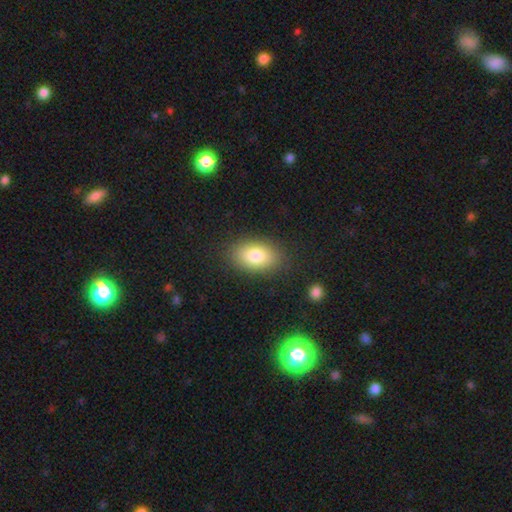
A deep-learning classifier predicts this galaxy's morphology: Overall: smooth (81%). How rounded: in between (88%). Merging: none (85%).